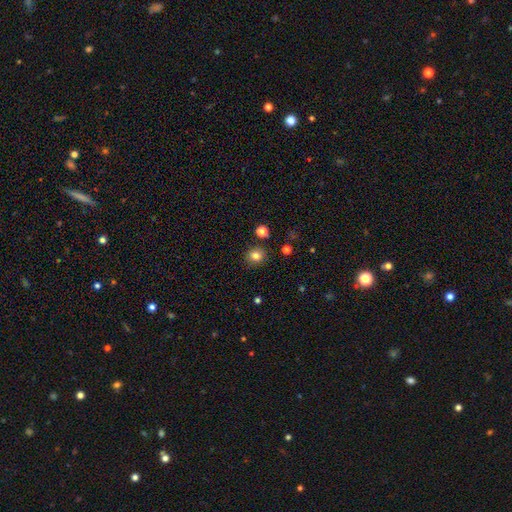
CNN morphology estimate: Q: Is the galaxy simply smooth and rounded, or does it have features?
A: smooth — 83%.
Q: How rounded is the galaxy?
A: round — 78%.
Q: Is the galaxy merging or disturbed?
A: none — 85%.